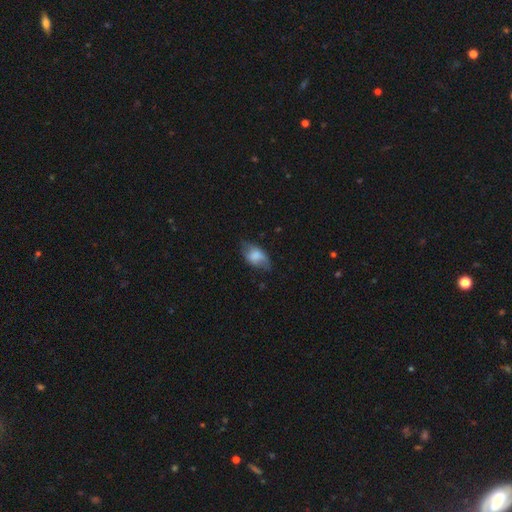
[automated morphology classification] This appears to be a smooth galaxy with no disk features (68%) that is in between round and cigar-shaped (89%). Merging: none (58%).